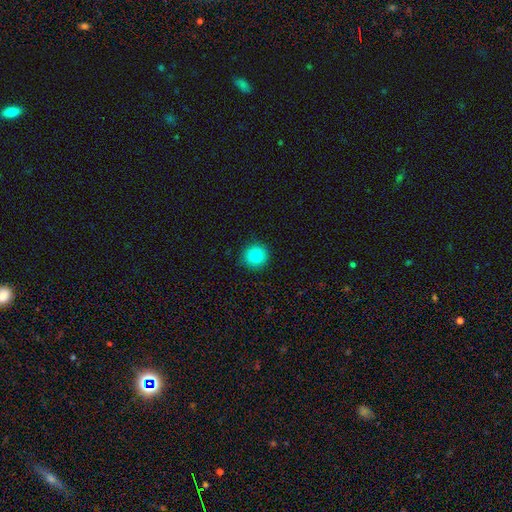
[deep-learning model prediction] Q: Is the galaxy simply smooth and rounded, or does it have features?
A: smooth — 84%.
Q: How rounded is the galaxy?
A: round — 93%.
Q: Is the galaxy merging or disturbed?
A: none — 91%.